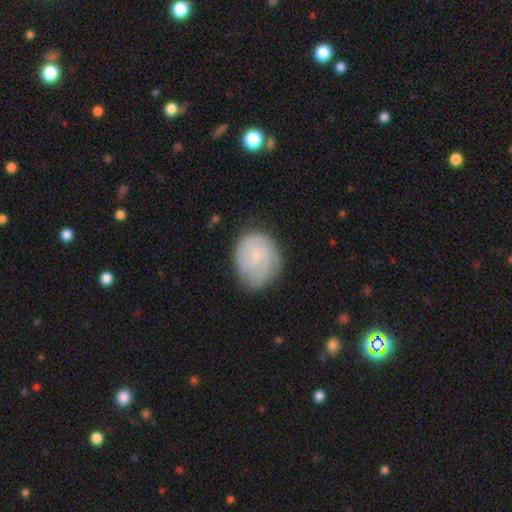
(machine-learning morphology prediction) Smooth or featured? Predicted: featured or disk (p=0.63). Edge-on disk? Predicted: no (p=0.98). Bar? Predicted: no (p=0.64). Spiral arms? Predicted: yes (p=0.91). Spiral winding? Predicted: tight (p=0.60). Spiral arm count? Predicted: 2 (p=0.32, tied with can't tell). Bulge size? Predicted: small (p=0.66). Merging? Predicted: none (p=0.65).